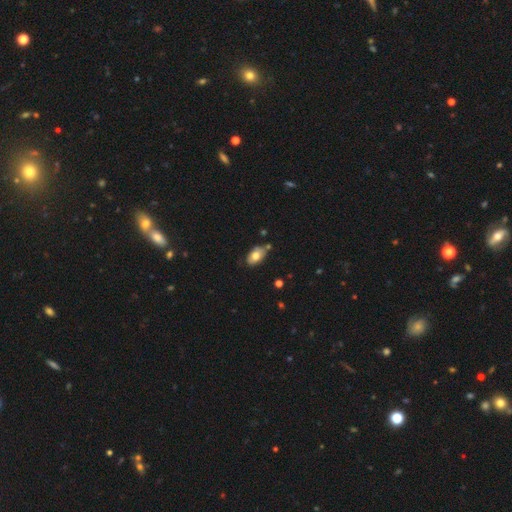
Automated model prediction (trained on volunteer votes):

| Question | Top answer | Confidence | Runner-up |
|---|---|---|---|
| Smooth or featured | smooth | 75% | featured or disk (17%) |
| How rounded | in between | 92% | round (6%) |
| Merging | none | 68% | minor disturbance (21%) |